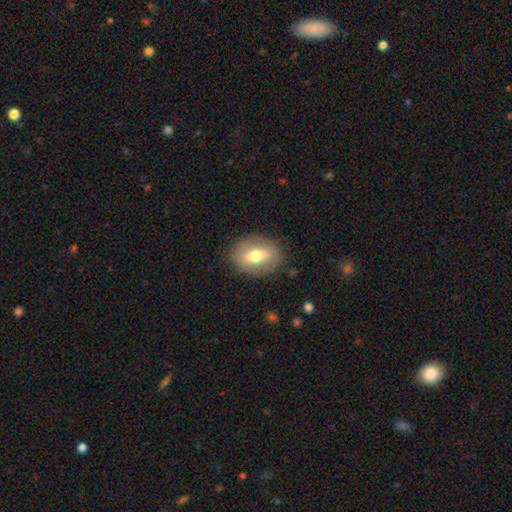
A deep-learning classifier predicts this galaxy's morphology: Q: Smooth or featured?
A: smooth (59%); runner-up: featured or disk (33%)
Q: How rounded?
A: in between (70%); runner-up: round (29%)
Q: Merging?
A: none (84%); runner-up: minor disturbance (11%)